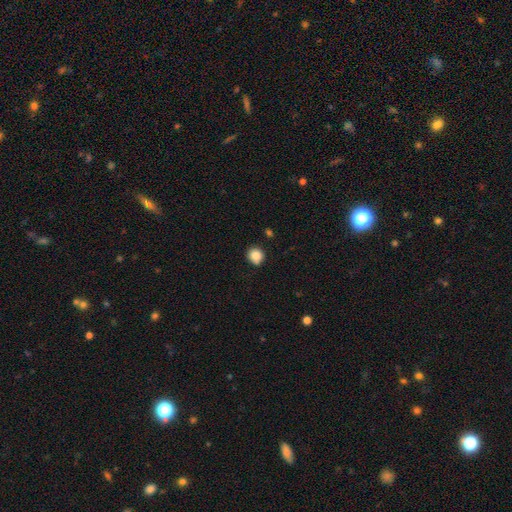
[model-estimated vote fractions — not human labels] This appears to be a smooth galaxy with no disk features (86%) that is round (86%). Merging: none (79%).